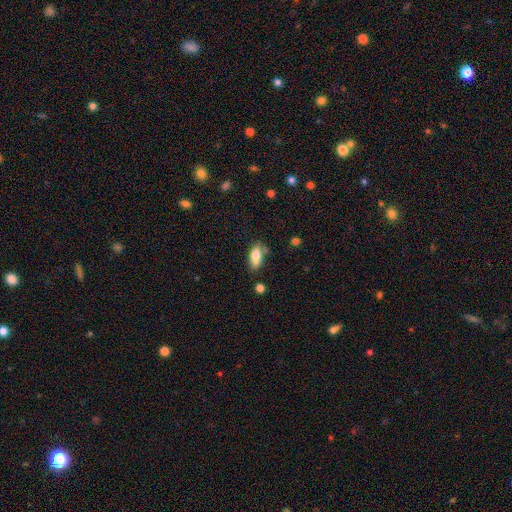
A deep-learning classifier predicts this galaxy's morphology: type=smooth (78%); roundness=in between (84%); merging=none (64%).